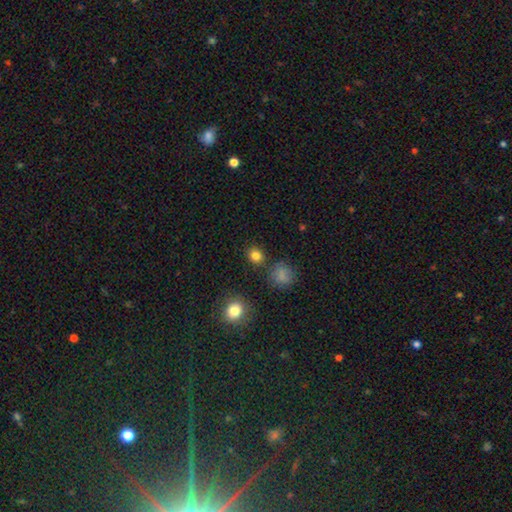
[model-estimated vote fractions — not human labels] A smooth galaxy with no disk features (82%) that is round (80%).

Vote fractions:
- Smooth or featured? smooth: 82% / star or artifact: 13% / featured or disk: 5%
- How rounded? round: 80% / in between: 19% / cigar-shaped: 1%
- Merging? none: 83% / minor disturbance: 8% / merger: 6% / major disturbance: 3%